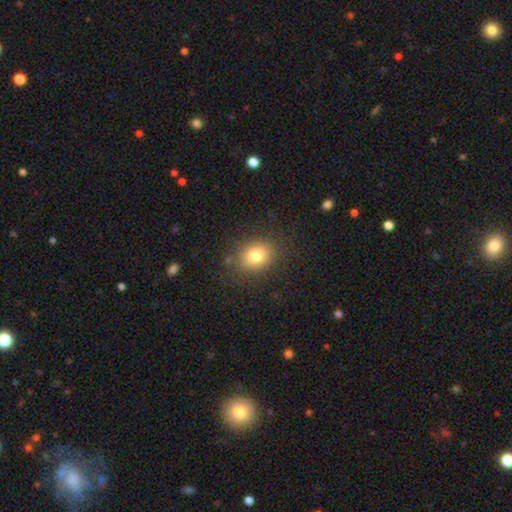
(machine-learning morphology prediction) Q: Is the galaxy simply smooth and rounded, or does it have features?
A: smooth — 79%.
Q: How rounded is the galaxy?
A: round — 52%.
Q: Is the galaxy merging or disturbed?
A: none — 84%.